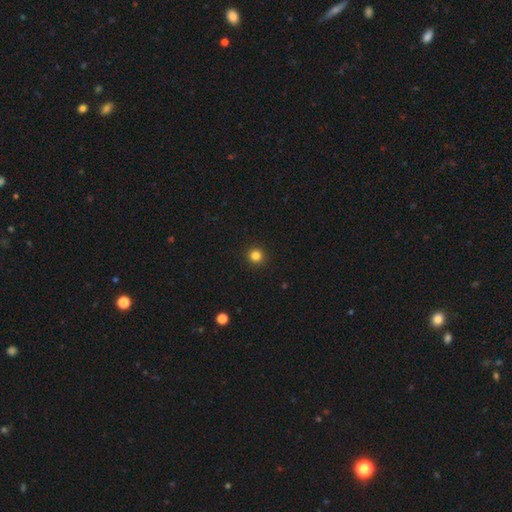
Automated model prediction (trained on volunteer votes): smooth_or_featured: smooth (p=0.83) [alt: star or artifact p=0.13]
how_rounded: round (p=0.95) [alt: in between p=0.04]
merging: none (p=0.93) [alt: minor disturbance p=0.04]